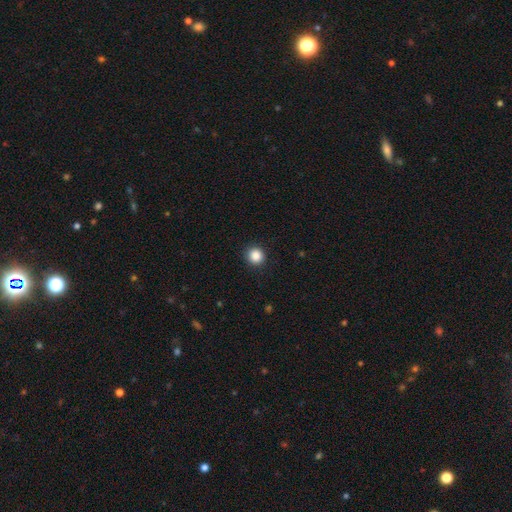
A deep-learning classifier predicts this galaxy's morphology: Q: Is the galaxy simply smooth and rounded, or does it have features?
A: smooth — 87%.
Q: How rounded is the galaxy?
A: round — 92%.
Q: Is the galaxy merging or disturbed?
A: none — 91%.